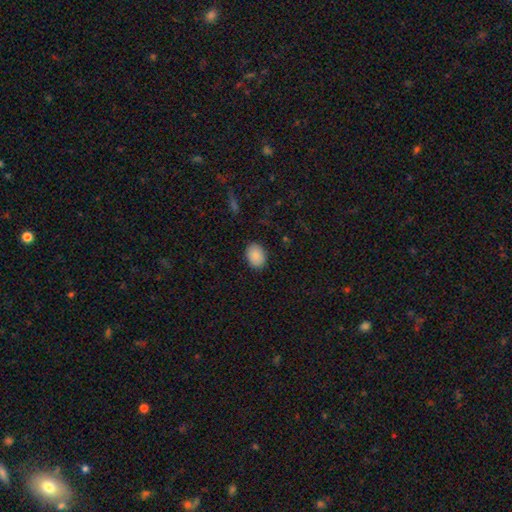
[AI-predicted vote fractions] Smooth or featured: smooth — 88% (star or artifact — 7%)
How rounded: in between — 68% (round — 31%)
Merging: none — 88% (minor disturbance — 8%)